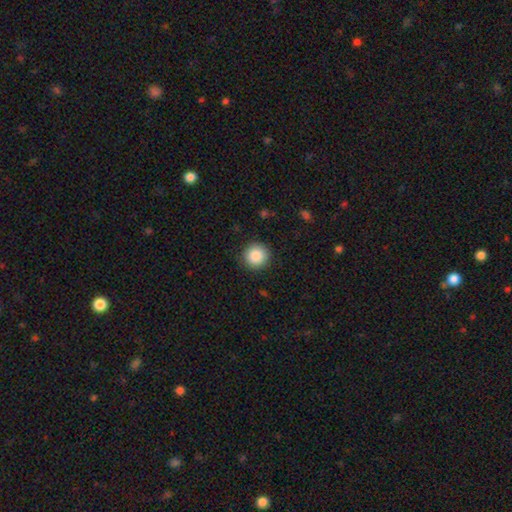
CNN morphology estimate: Smooth or featured: smooth — 87% (star or artifact — 9%)
How rounded: round — 95% (in between — 4%)
Merging: none — 91% (minor disturbance — 6%)